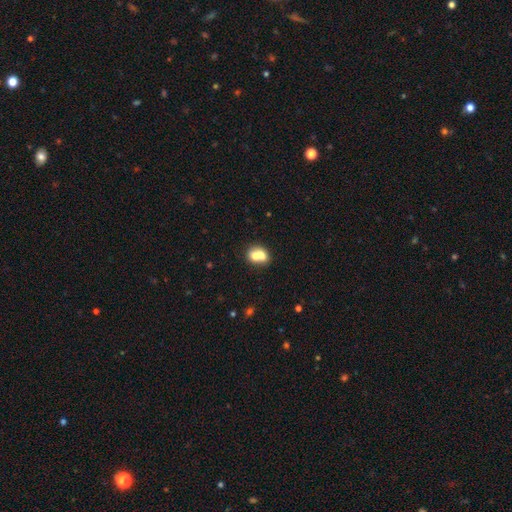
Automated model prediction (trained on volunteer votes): A smooth galaxy with no disk features (67%) that is round (53%). Merging: merger (68%).